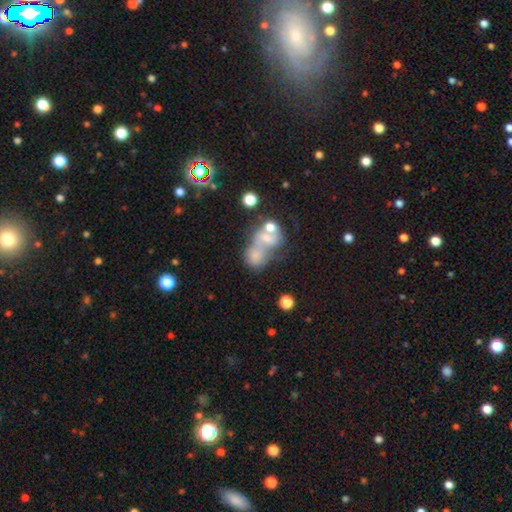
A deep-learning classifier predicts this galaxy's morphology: Q: Smooth or featured?
A: smooth (57%); runner-up: featured or disk (29%)
Q: How rounded?
A: in between (58%); runner-up: round (40%)
Q: Merging?
A: merger (64%); runner-up: none (15%)